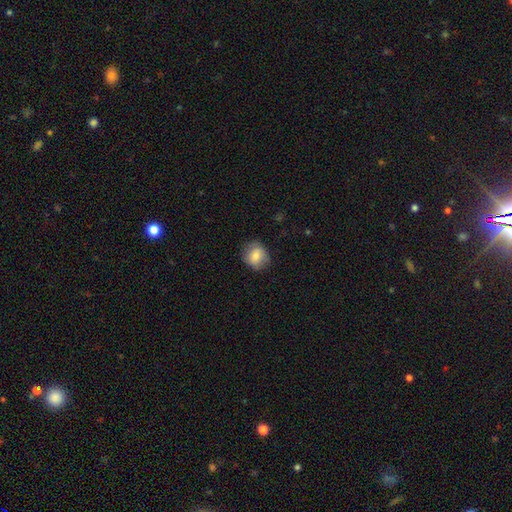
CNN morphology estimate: Smooth or featured? smooth (78%)
How rounded? round (75%)
Merging? none (79%)